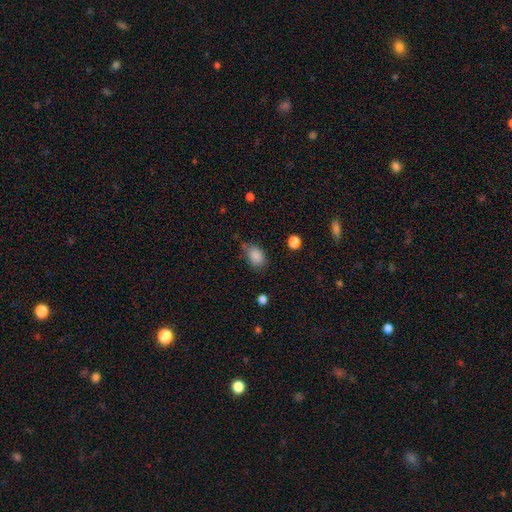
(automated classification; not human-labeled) Smooth or featured: smooth — 86% (star or artifact — 9%)
How rounded: in between — 77% (round — 22%)
Merging: none — 64% (minor disturbance — 26%)